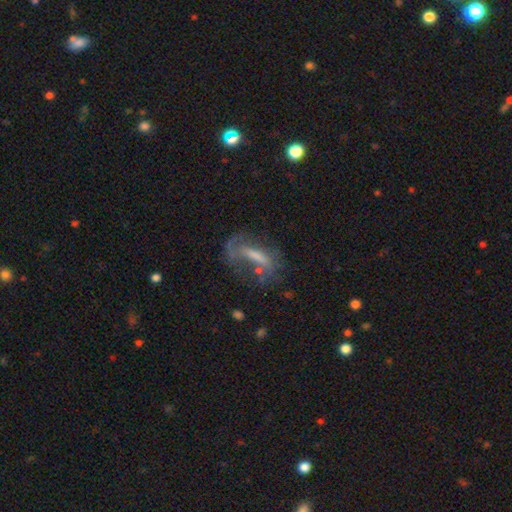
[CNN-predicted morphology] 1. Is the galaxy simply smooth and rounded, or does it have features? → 54% featured or disk, 33% smooth, 13% star or artifact.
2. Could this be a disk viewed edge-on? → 78% no, 22% yes.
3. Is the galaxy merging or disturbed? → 44% none, 30% major disturbance, 22% minor disturbance, 4% merger.